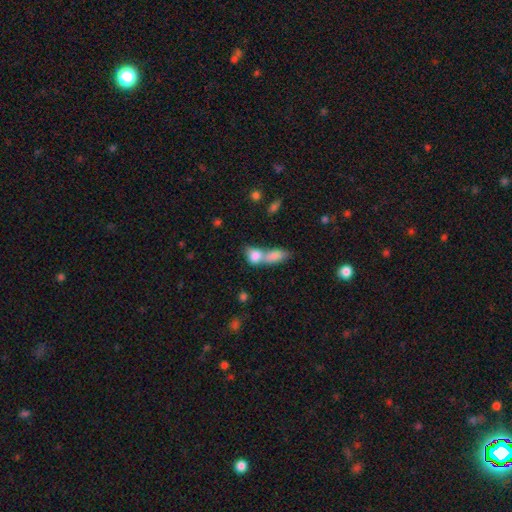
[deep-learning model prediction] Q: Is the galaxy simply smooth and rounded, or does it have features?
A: smooth — 81%.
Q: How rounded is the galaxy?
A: in between — 71%.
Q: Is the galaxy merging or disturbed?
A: merger — 68%.